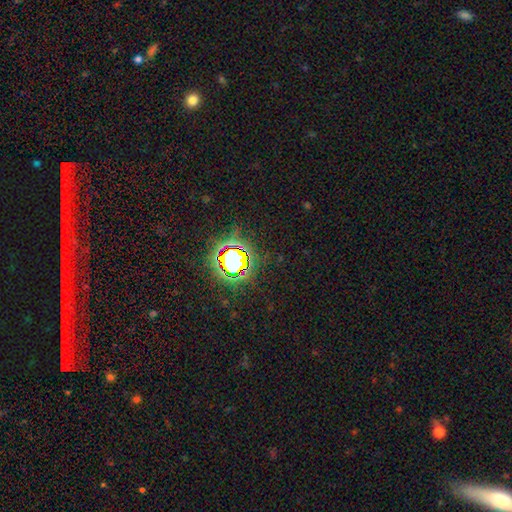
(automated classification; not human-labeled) A star or artifact, not a galaxy (83%).